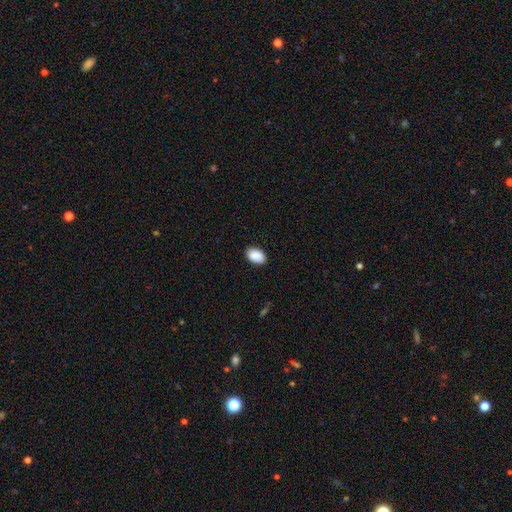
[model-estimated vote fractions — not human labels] This is clearly a smooth galaxy (91%). How rounded: clearly in between (90%). Merging: clearly none (88%).